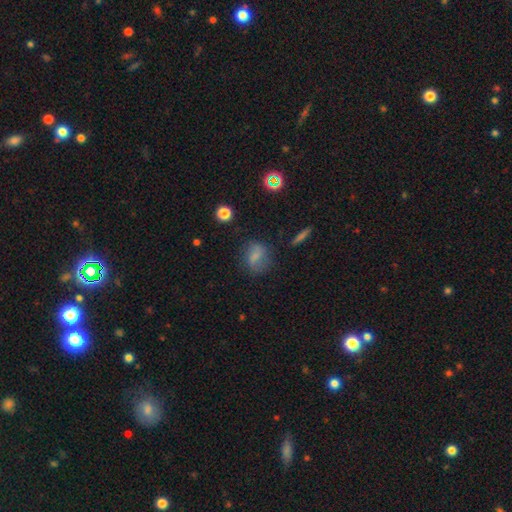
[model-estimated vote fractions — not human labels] Q: Smooth or featured?
A: smooth (64%); runner-up: featured or disk (23%)
Q: How rounded?
A: in between (51%); runner-up: round (45%)
Q: Merging?
A: none (67%); runner-up: minor disturbance (21%)